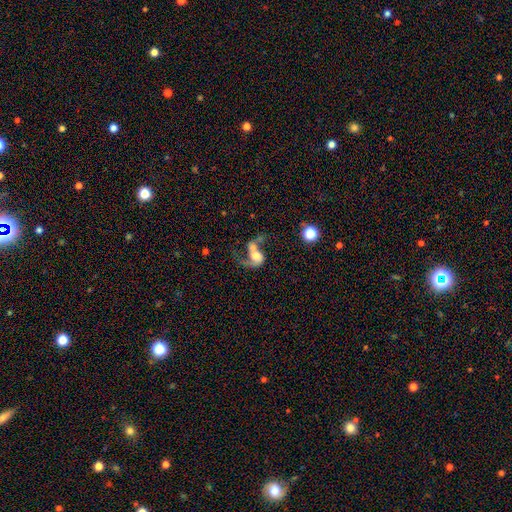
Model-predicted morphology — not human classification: This is possibly a featured or disk galaxy (58%). It is clearly not viewed edge-on (97%). Bar: likely no (69%). Spiral arm pattern: likely yes (75%). Central bulge: marginally moderate (40%). Merging: possibly merger (57%).